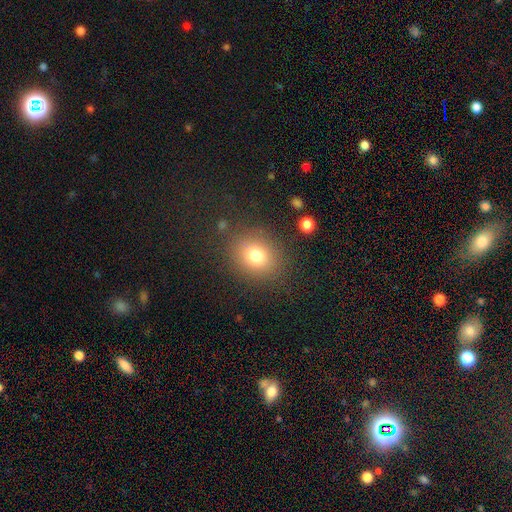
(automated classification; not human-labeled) Smooth or featured?
  - smooth: 78% *
  - star or artifact: 13%
  - featured or disk: 9%
How rounded?
  - round: 67% *
  - in between: 32%
  - cigar-shaped: 1%
Merging?
  - none: 83% *
  - minor disturbance: 10%
  - major disturbance: 5%
  - merger: 2%